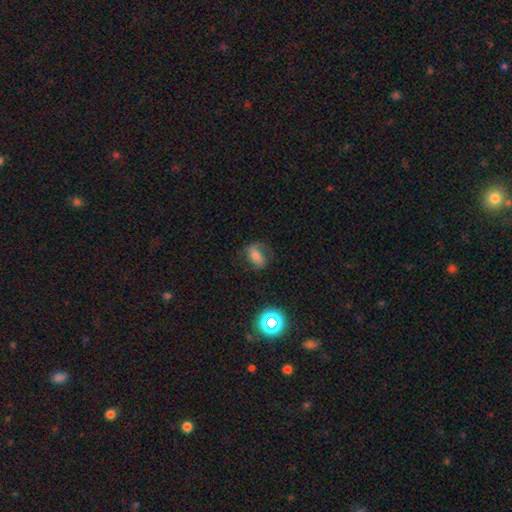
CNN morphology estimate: Smooth or featured: smooth — 49% (featured or disk — 35%)
Merging: none — 61% (minor disturbance — 23%)